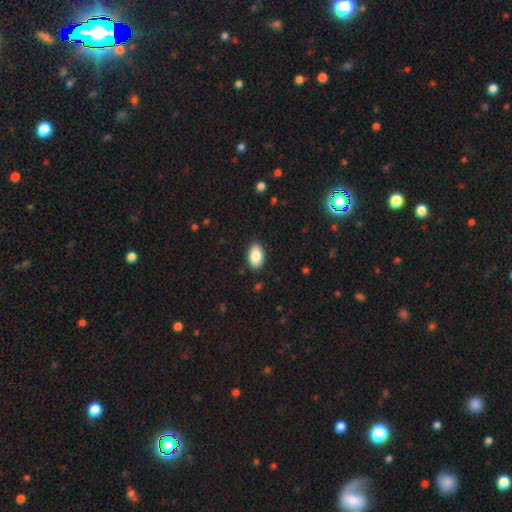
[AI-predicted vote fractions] Smooth or featured? Predicted: smooth (p=0.86). How rounded? Predicted: in between (p=0.93). Merging? Predicted: none (p=0.89).